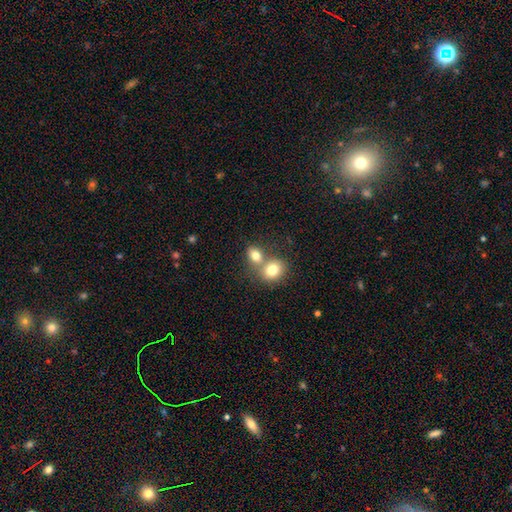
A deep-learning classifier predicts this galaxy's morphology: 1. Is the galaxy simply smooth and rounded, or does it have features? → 79% smooth, 11% featured or disk, 10% star or artifact.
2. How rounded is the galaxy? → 53% in between, 45% round, 1% cigar-shaped.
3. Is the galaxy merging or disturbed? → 53% merger, 37% none, 8% minor disturbance, 3% major disturbance.